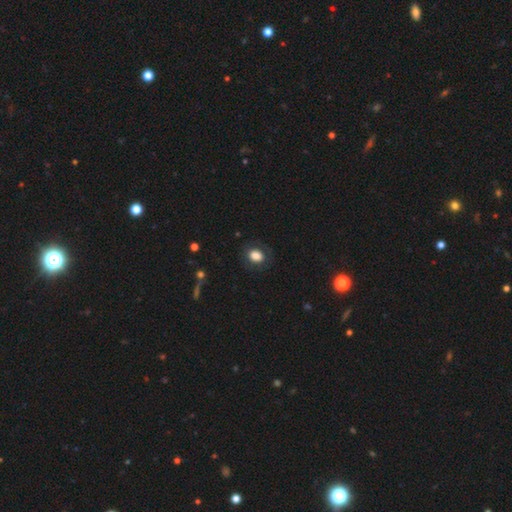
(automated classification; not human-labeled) Overall: smooth (82%). How rounded: in between (63%; round 36%). Merging: none (80%).